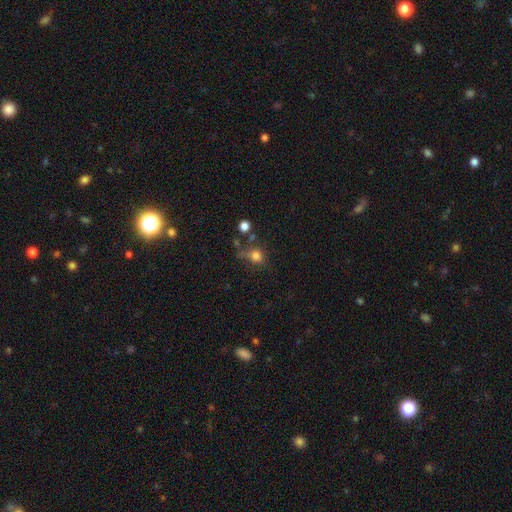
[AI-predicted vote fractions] Smooth or featured?
  - smooth: 75% *
  - star or artifact: 15%
  - featured or disk: 10%
How rounded?
  - round: 71% *
  - in between: 27%
  - cigar-shaped: 2%
Merging?
  - none: 52% *
  - minor disturbance: 22%
  - major disturbance: 14%
  - merger: 12%